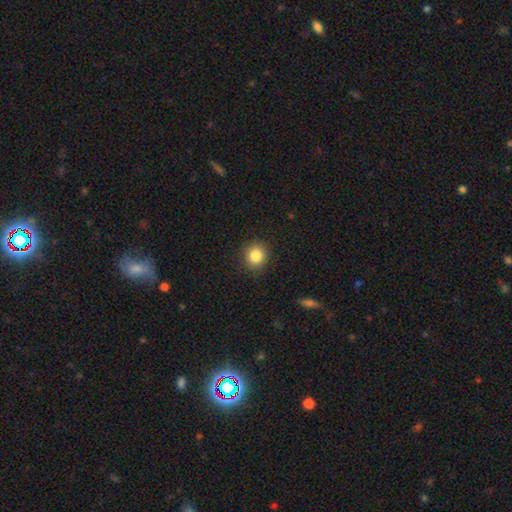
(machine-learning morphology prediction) Smooth or featured? Predicted: smooth (p=0.85). How rounded? Predicted: round (p=0.85). Merging? Predicted: none (p=0.90).